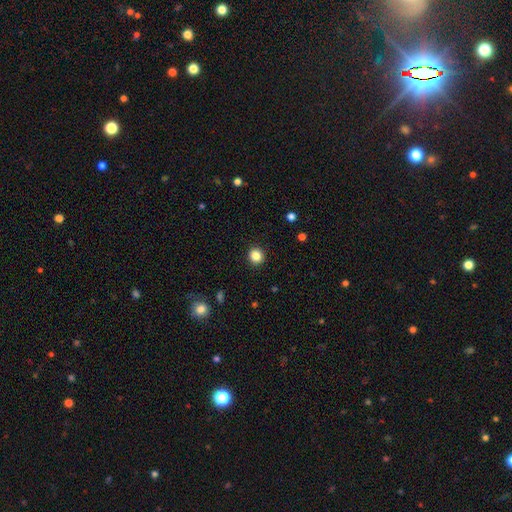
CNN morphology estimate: A smooth galaxy with no disk features (85%) that is round (88%). Merging: none (92%).